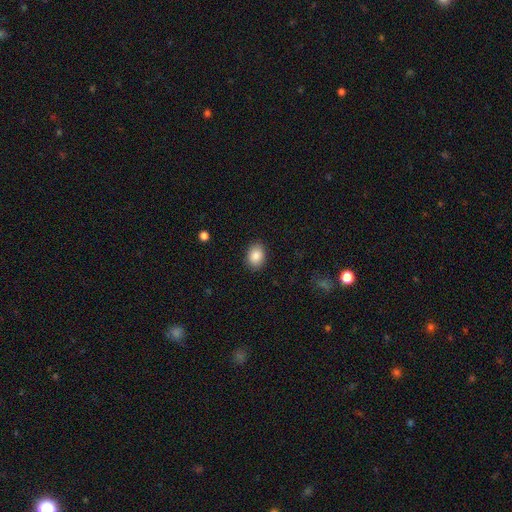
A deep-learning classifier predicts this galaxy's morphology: This is clearly a smooth galaxy (87%). How rounded: likely in between (69%). Merging: clearly none (88%).